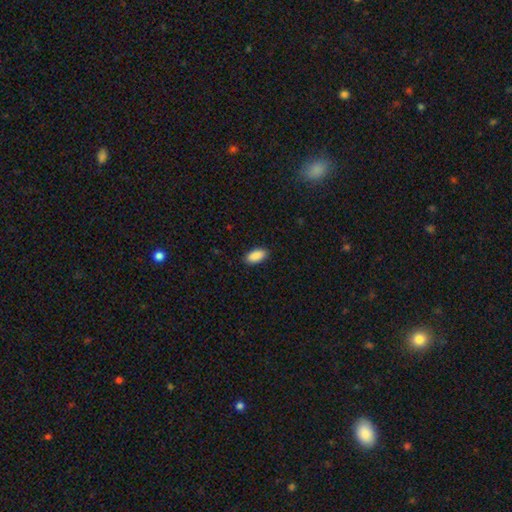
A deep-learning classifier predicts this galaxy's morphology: A smooth galaxy with no disk features (91%) that is in between round and cigar-shaped (93%). Merging: none (89%).